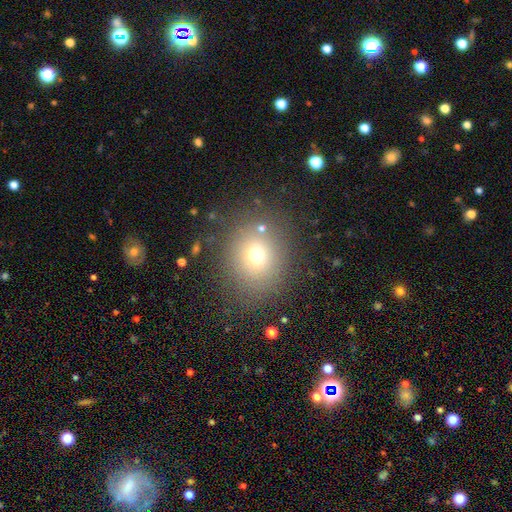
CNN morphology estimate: The model was most divided on "smooth or featured": smooth: 68%, star or artifact: 19%, featured or disk: 13%. More confident: merging — none (80%); how rounded — round (78%).